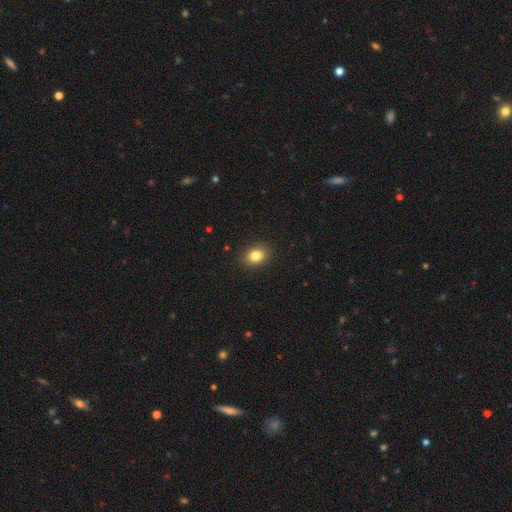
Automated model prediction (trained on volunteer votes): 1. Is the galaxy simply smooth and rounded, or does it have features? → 83% smooth, 10% star or artifact, 7% featured or disk.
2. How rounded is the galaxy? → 60% in between, 39% round, 1% cigar-shaped.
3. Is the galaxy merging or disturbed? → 90% none, 7% minor disturbance, 2% major disturbance, 1% merger.